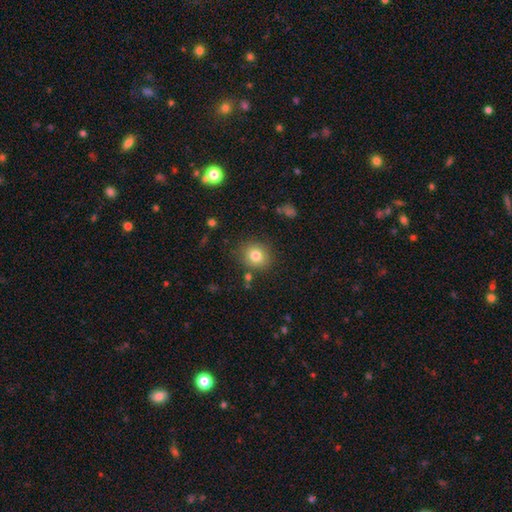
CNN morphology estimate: A smooth galaxy with no disk features (80%) that is round (81%).

Vote fractions:
- Smooth or featured? smooth: 80% / star or artifact: 11% / featured or disk: 9%
- How rounded? round: 81% / in between: 18% / cigar-shaped: 1%
- Merging? none: 84% / minor disturbance: 10% / merger: 3% / major disturbance: 3%